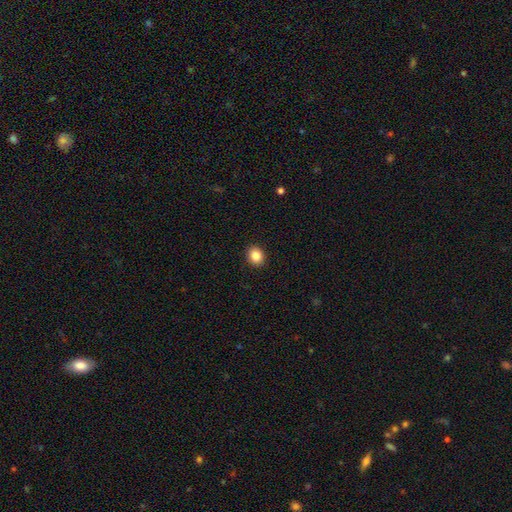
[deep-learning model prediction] Smooth or featured?
  - smooth: 86% *
  - star or artifact: 10%
  - featured or disk: 4%
How rounded?
  - round: 72% *
  - in between: 27%
  - cigar-shaped: 1%
Merging?
  - none: 92% *
  - minor disturbance: 5%
  - major disturbance: 2%
  - merger: 1%